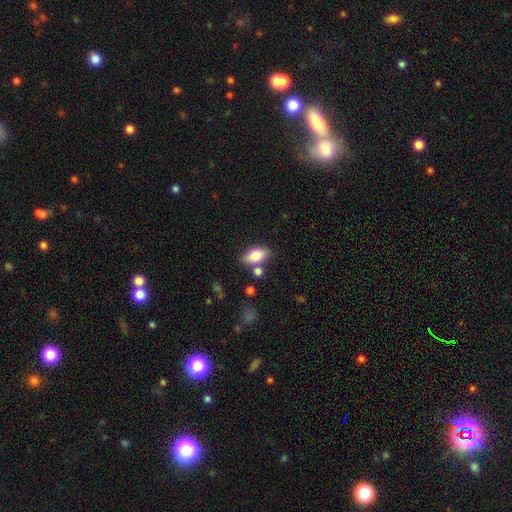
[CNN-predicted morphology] smooth-or-featured: smooth: 80% | featured or disk: 12% | star or artifact: 8%
  how-rounded: in between: 89% | round: 7% | cigar-shaped: 4%
  merging: none: 72% | minor disturbance: 13% | merger: 12% | major disturbance: 3%